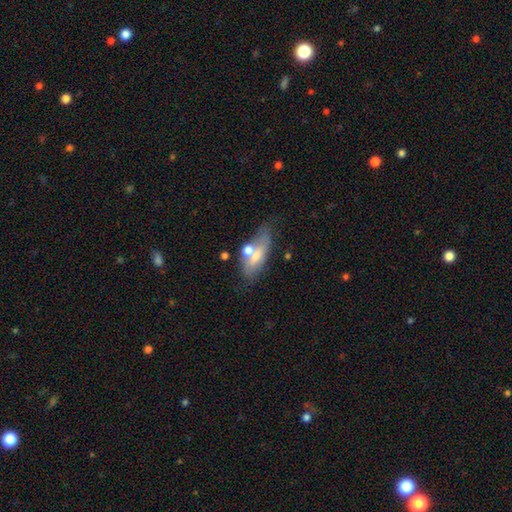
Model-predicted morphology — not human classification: Smooth or featured? smooth (50%)
Merging? none (52%)